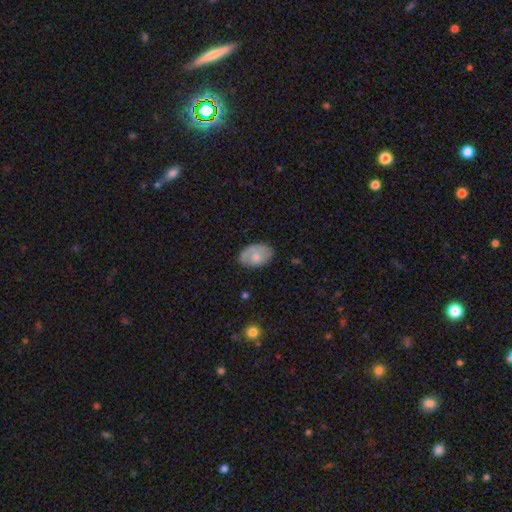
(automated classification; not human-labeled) A smooth galaxy with no disk features (61%) that is in between round and cigar-shaped (87%).

Vote fractions:
- Smooth or featured? smooth: 61% / featured or disk: 32% / star or artifact: 7%
- How rounded? in between: 87% / round: 12% / cigar-shaped: 1%
- Merging? none: 64% / minor disturbance: 25% / major disturbance: 8% / merger: 2%